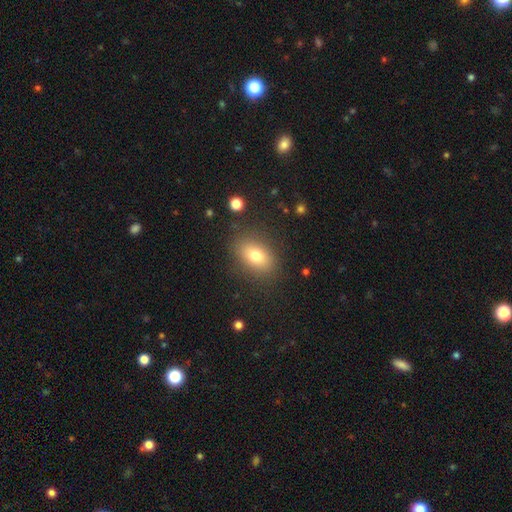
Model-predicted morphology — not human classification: Smooth or featured? smooth (77%)
How rounded? in between (82%)
Merging? none (85%)